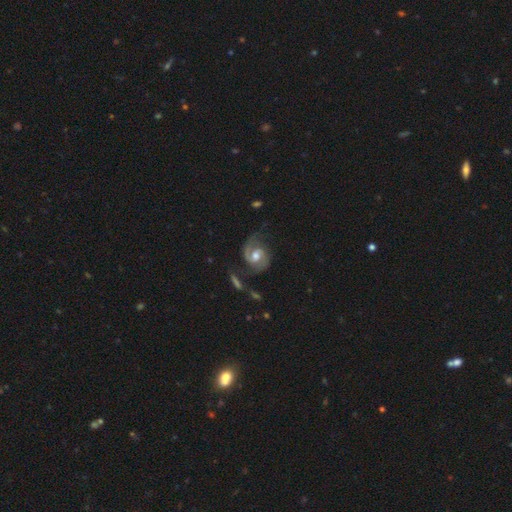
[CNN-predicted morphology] Smooth or featured: featured or disk — 86% (smooth — 9%)
Edge-on disk: no — 98% (yes — 2%)
Bar: weak — 46% (no — 42%)
Spiral arms: yes — 96% (no — 4%)
Spiral winding: medium — 55% (loose — 24%)
Spiral arm count: 2 — 90% (1 — 4%)
Bulge size: moderate — 67% (large — 17%)
Merging: none — 66% (minor disturbance — 19%)